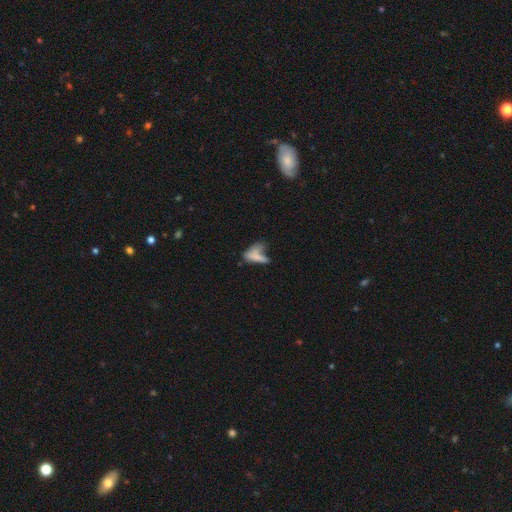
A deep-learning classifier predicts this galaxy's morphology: type=smooth (63%); roundness=in between (63%); merging=major disturbance (29%).